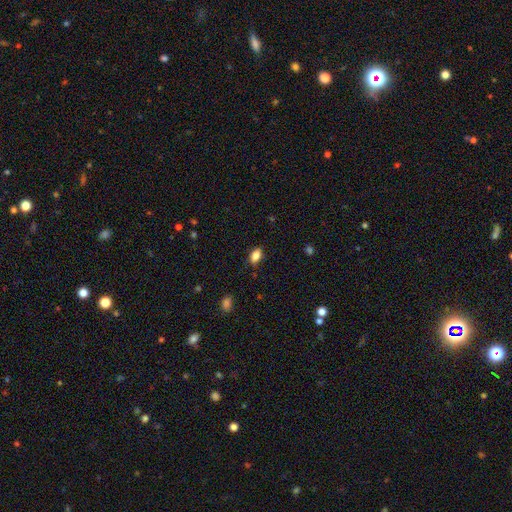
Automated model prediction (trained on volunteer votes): Smooth or featured? smooth (86%)
How rounded? in between (89%)
Merging? none (83%)